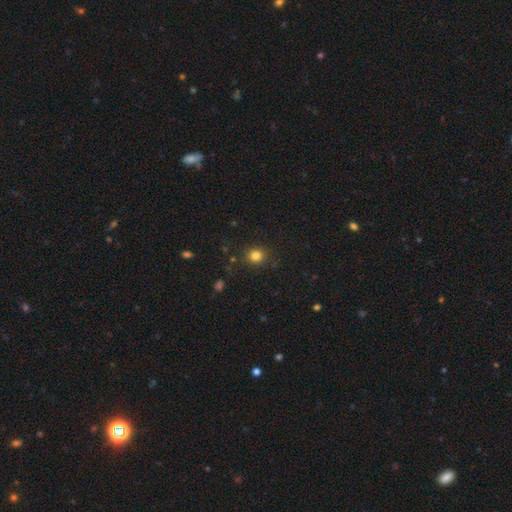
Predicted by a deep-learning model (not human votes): A smooth galaxy with no disk features (82%) that is round (84%).

Vote fractions:
- Smooth or featured? smooth: 82% / star or artifact: 13% / featured or disk: 5%
- How rounded? round: 84% / in between: 15% / cigar-shaped: 1%
- Merging? none: 86% / minor disturbance: 9% / major disturbance: 3% / merger: 2%